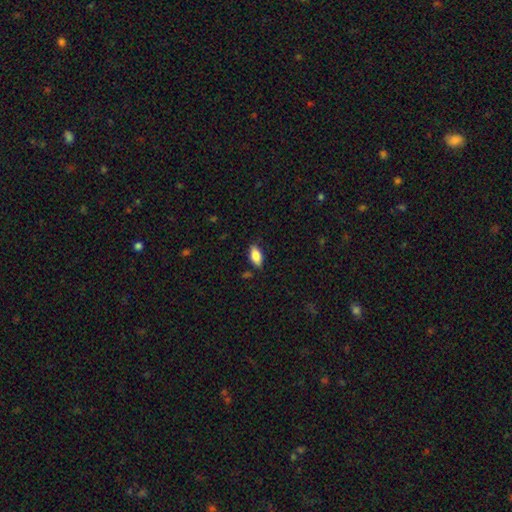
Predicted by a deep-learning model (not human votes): Smooth or featured: smooth — 83% (featured or disk — 10%)
How rounded: in between — 89% (cigar-shaped — 8%)
Merging: none — 80% (minor disturbance — 16%)